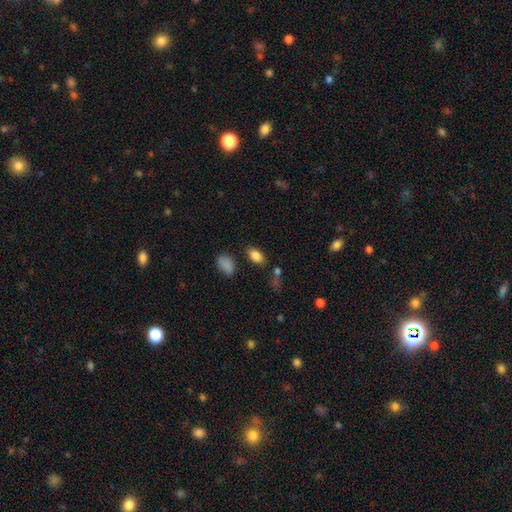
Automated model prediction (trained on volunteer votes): A smooth galaxy with no disk features (85%) that is in between round and cigar-shaped (91%). Merging: none (79%).